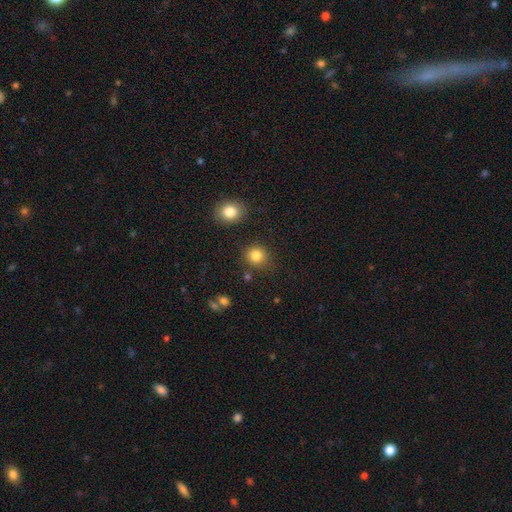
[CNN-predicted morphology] This is clearly a smooth galaxy (84%). How rounded: clearly round (89%). Merging: clearly none (84%).